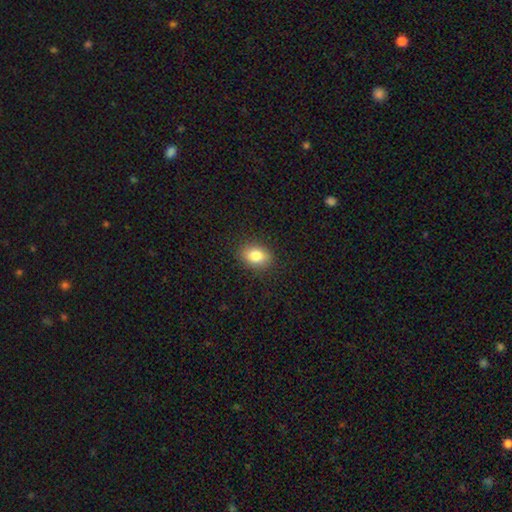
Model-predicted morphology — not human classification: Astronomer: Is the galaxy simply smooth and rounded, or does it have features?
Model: smooth — 83%.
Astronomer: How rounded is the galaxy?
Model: in between — 69%.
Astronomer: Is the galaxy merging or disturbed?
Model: none — 88%.